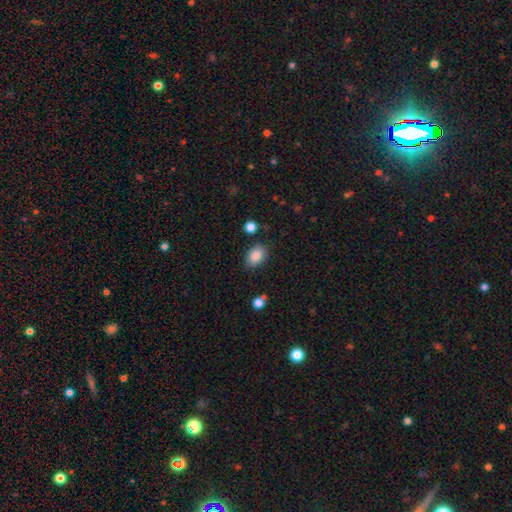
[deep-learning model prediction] Q: Smooth or featured?
A: smooth (86%); runner-up: star or artifact (8%)
Q: How rounded?
A: in between (83%); runner-up: round (15%)
Q: Merging?
A: none (81%); runner-up: minor disturbance (13%)